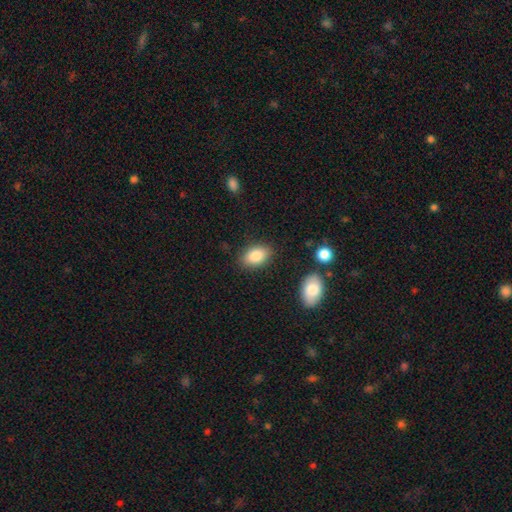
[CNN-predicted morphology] A smooth galaxy with no disk features (85%) that is in between round and cigar-shaped (89%).

Vote fractions:
- Smooth or featured? smooth: 85% / featured or disk: 8% / star or artifact: 8%
- How rounded? in between: 89% / round: 9% / cigar-shaped: 2%
- Merging? none: 84% / minor disturbance: 11% / major disturbance: 3% / merger: 2%